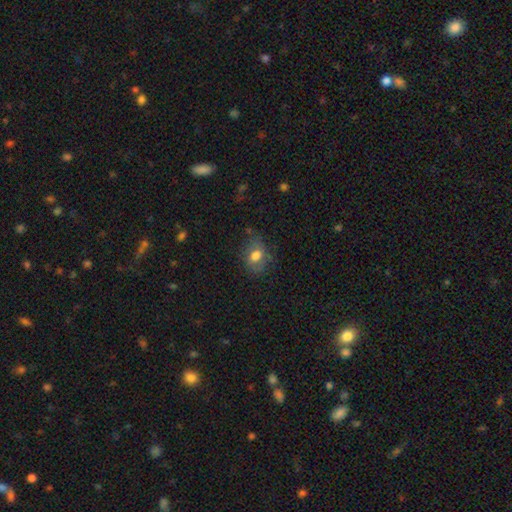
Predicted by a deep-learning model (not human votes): This appears to be a smooth galaxy with no disk features (71%) that is in between round and cigar-shaped (68%). Merging: none (64%).